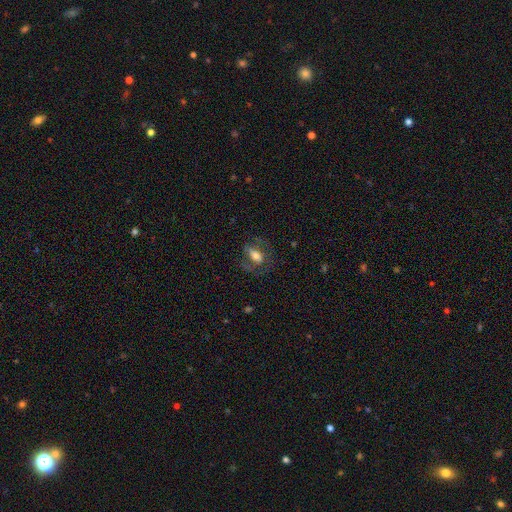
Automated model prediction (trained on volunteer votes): This appears to be a smooth galaxy with no disk features (57%) that is in between round and cigar-shaped (83%). Merging: none (62%).